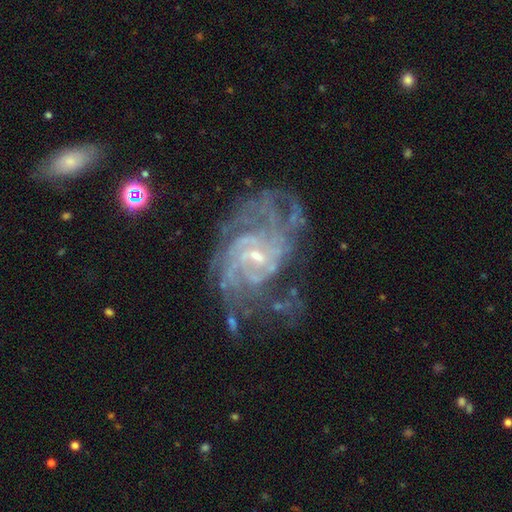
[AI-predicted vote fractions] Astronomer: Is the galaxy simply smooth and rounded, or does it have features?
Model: featured or disk — 88%.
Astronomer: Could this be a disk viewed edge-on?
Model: no — 97%.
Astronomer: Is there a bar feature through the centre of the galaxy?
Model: weak — 50% (runner-up: no, 37%).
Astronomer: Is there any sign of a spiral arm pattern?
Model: yes — 95%.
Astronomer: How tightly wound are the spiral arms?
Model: tight — 54% (runner-up: medium, 36%).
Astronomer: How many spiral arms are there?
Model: can't tell — 33% (runner-up: 4, 17%).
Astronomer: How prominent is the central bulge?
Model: small — 72%.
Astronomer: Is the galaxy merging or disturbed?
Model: none — 56%.